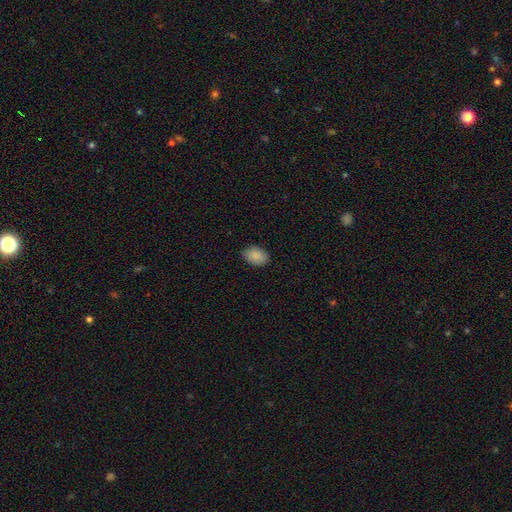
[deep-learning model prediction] Q: Smooth or featured?
A: smooth (89%); runner-up: star or artifact (7%)
Q: How rounded?
A: in between (86%); runner-up: round (13%)
Q: Merging?
A: none (85%); runner-up: minor disturbance (11%)